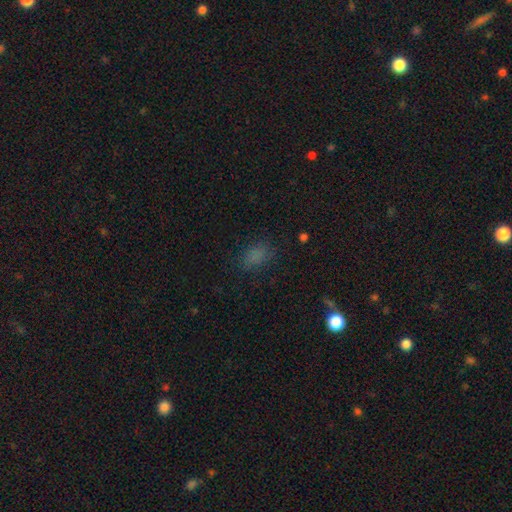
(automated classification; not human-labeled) This is likely a smooth galaxy (76%). How rounded: clearly in between (81%). Merging: likely none (76%).